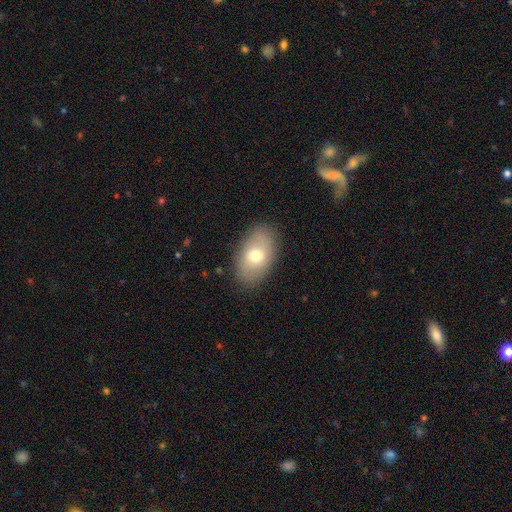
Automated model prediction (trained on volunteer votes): Smooth or featured?
  - smooth: 68% *
  - featured or disk: 24%
  - star or artifact: 8%
How rounded?
  - in between: 89% *
  - round: 10%
  - cigar-shaped: 1%
Merging?
  - none: 85% *
  - minor disturbance: 11%
  - major disturbance: 3%
  - merger: 1%